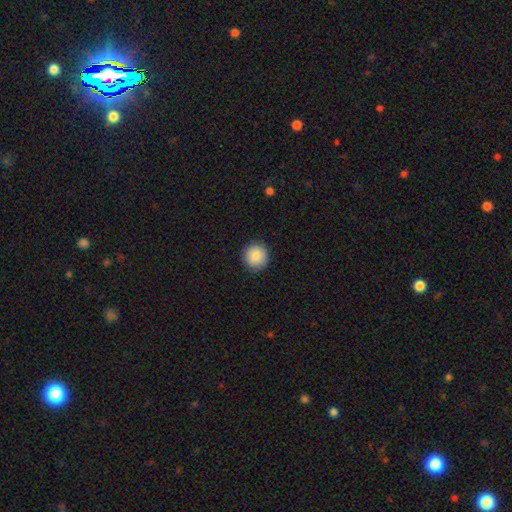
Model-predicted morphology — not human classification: Overall: smooth (87%). How rounded: round (94%). Merging: none (91%).